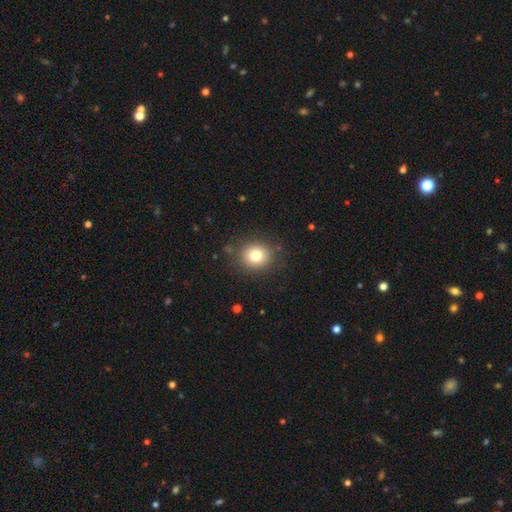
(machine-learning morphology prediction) The model was most divided on "how rounded": round: 82%, in between: 17%, cigar-shaped: 1%. More confident: merging — none (87%); smooth or featured — smooth (78%).